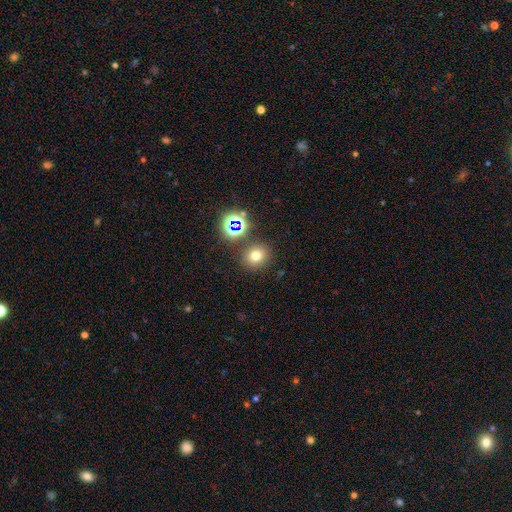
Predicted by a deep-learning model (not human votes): The model was most divided on "smooth or featured": smooth: 69%, star or artifact: 22%, featured or disk: 9%. More confident: merging — none (82%); how rounded — round (77%).